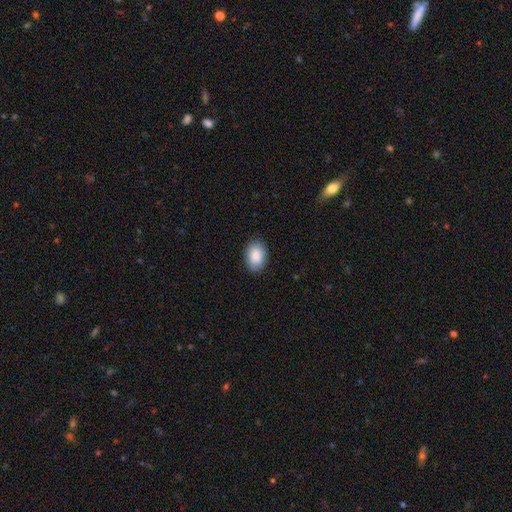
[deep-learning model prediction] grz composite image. It shows a smooth galaxy with no disk features (89%) that is in between round and cigar-shaped (85%). Merging: none (88%).